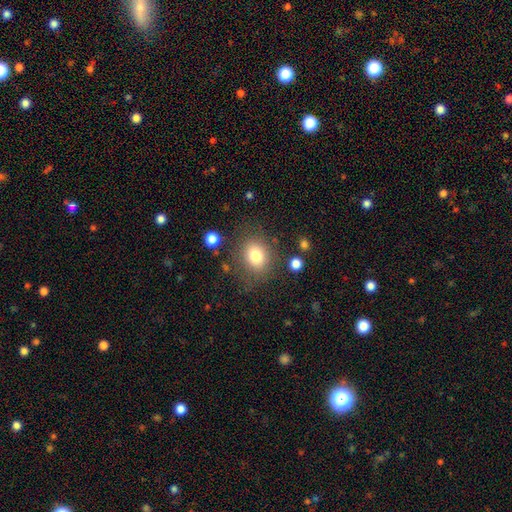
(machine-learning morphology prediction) Smooth or featured?
  - smooth: 78% *
  - star or artifact: 11%
  - featured or disk: 10%
How rounded?
  - round: 64% *
  - in between: 35%
  - cigar-shaped: 1%
Merging?
  - none: 76% *
  - minor disturbance: 14%
  - major disturbance: 7%
  - merger: 4%